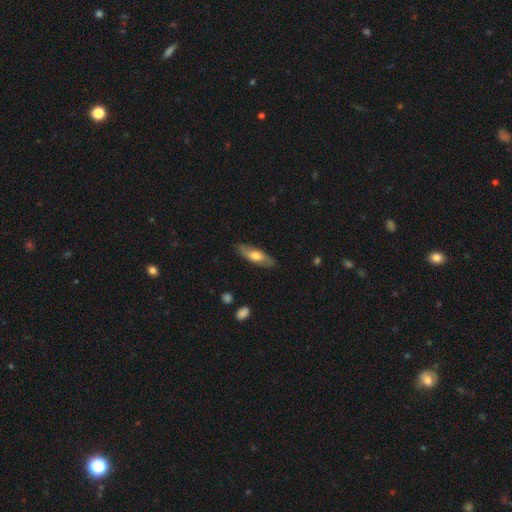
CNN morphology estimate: This appears to be a smooth galaxy with no disk features (48%). Merging: none (84%).